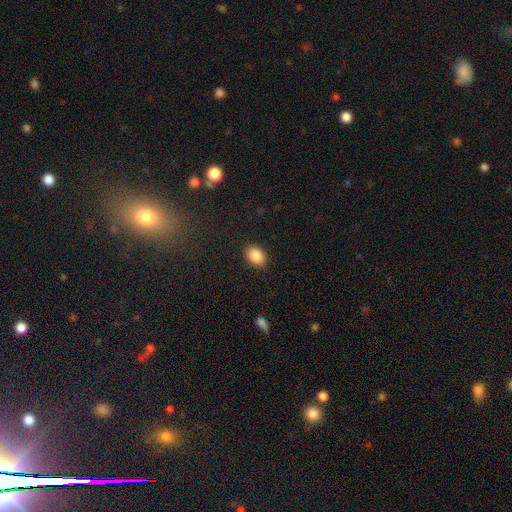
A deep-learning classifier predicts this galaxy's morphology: A smooth galaxy with no disk features (87%) that is in between round and cigar-shaped (73%).

Vote fractions:
- Smooth or featured? smooth: 87% / star or artifact: 8% / featured or disk: 5%
- How rounded? in between: 73% / round: 26% / cigar-shaped: 1%
- Merging? none: 88% / minor disturbance: 8% / major disturbance: 2% / merger: 1%